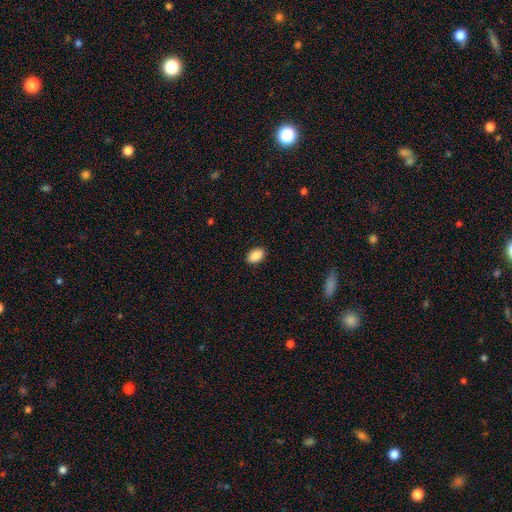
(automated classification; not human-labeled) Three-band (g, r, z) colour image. It shows a smooth galaxy with no disk features (90%) that is in between round and cigar-shaped (91%). Merging: none (89%).